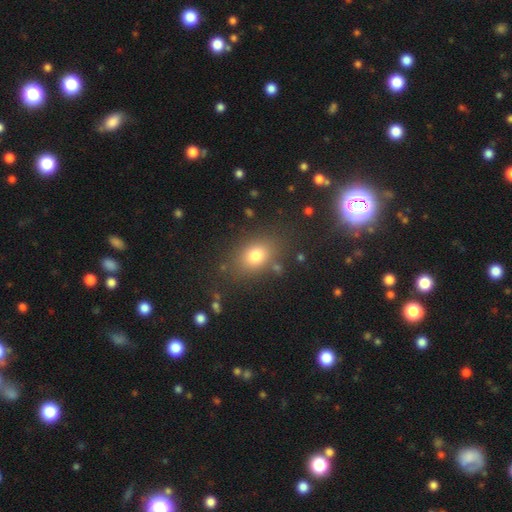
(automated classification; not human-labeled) Smooth or featured? Predicted: smooth (p=0.78). How rounded? Predicted: in between (p=0.69). Merging? Predicted: none (p=0.79).